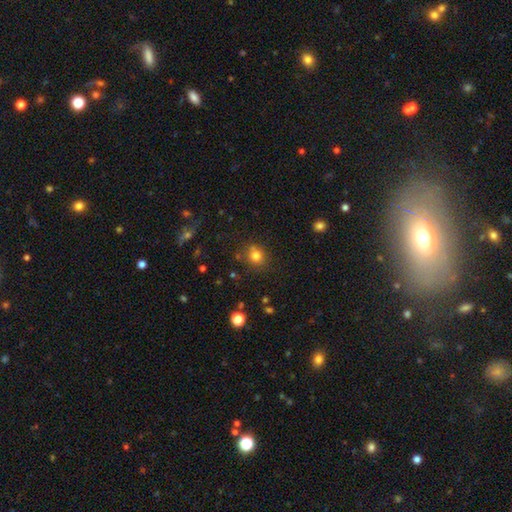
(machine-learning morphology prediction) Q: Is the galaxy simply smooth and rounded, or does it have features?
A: smooth — 78%.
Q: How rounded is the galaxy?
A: round — 81%.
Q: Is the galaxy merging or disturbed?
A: none — 75%.